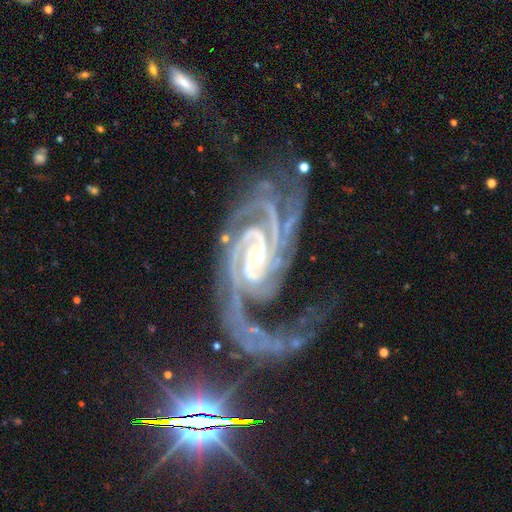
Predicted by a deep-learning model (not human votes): Smooth or featured: featured or disk — 93% (star or artifact — 4%)
Edge-on disk: no — 98% (yes — 2%)
Bar: no — 51% (weak — 28%)
Spiral arms: yes — 99% (no — 1%)
Spiral winding: tight — 60% (medium — 33%)
Spiral arm count: 2 — 28% (3 — 25%)
Bulge size: small — 56% (moderate — 39%)
Merging: major disturbance — 39% (none — 36%)